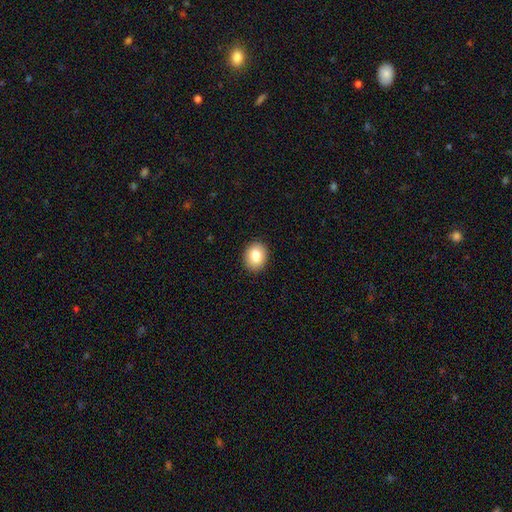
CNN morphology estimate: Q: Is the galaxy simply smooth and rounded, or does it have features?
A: smooth — 83%.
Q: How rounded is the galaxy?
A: round — 50%.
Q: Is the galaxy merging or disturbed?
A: none — 90%.